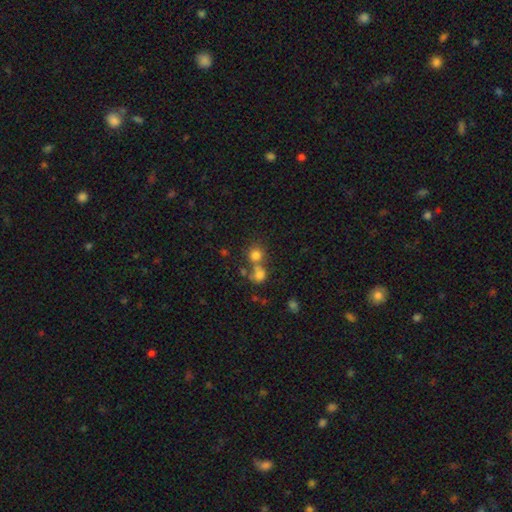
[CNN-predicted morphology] smooth 76%, star or artifact 14%, featured or disk 10%. Down the decision tree: how rounded — round (85%); merging — none (48%).